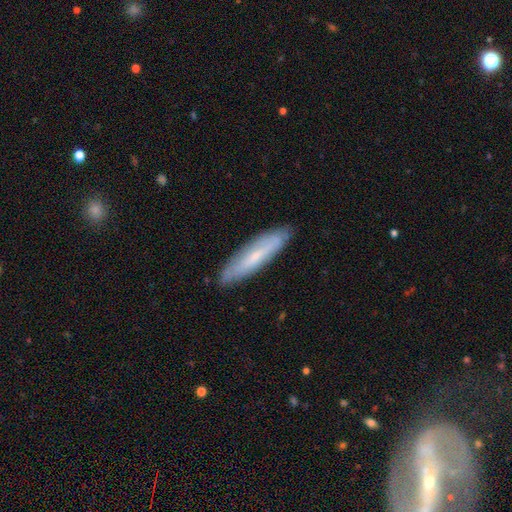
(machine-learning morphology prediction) This is possibly a smooth galaxy (52%). How rounded: likely cigar-shaped (76%). Merging: clearly none (85%).